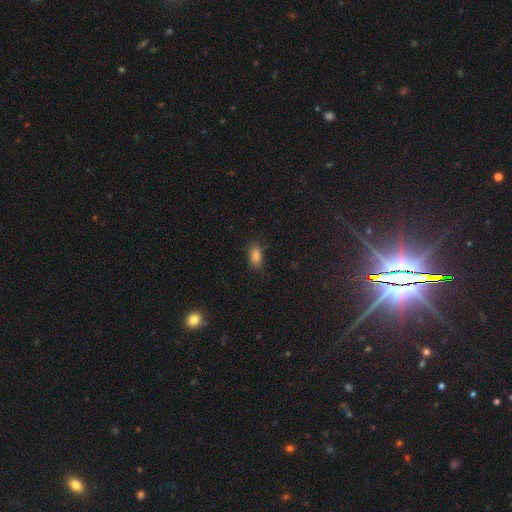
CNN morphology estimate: smooth 83%, star or artifact 11%, featured or disk 6%. Down the decision tree: how rounded — in between (88%); merging — none (80%).